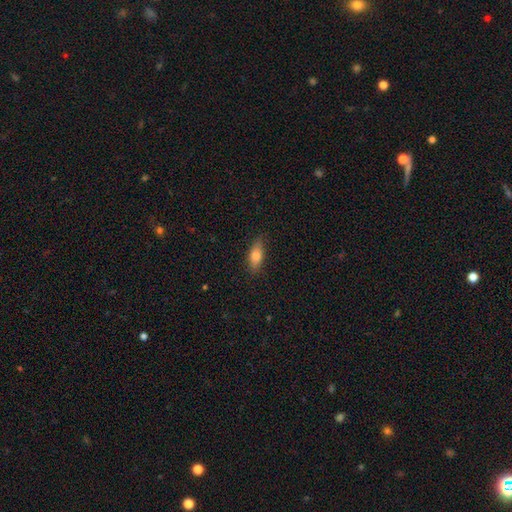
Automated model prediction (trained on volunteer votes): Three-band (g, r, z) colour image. It shows a smooth galaxy with no disk features (75%) that is in between round and cigar-shaped (72%). Merging: none (81%).